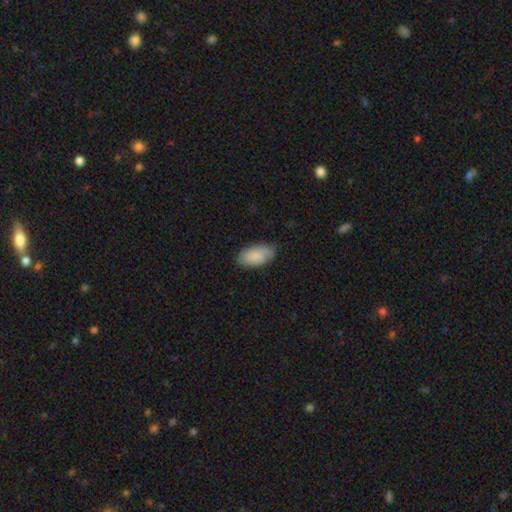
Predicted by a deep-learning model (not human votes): This appears to be a smooth galaxy with no disk features (82%) that is in between round and cigar-shaped (95%). Merging: none (77%).